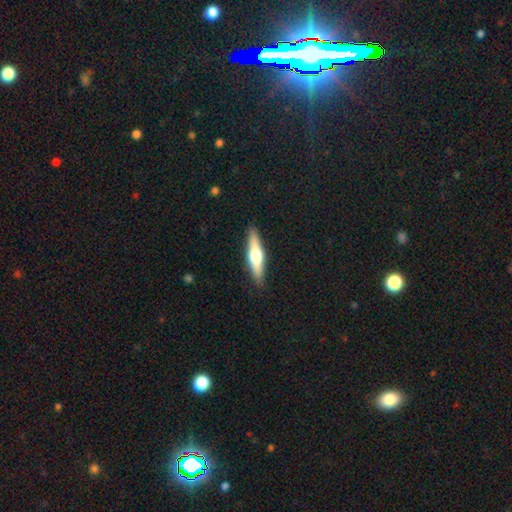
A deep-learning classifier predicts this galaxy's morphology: smooth-or-featured: featured or disk: 51% | smooth: 44% | star or artifact: 6%
  disk-edge-on: yes: 94% | no: 6%
  merging: none: 89% | minor disturbance: 8% | major disturbance: 2% | merger: 1%